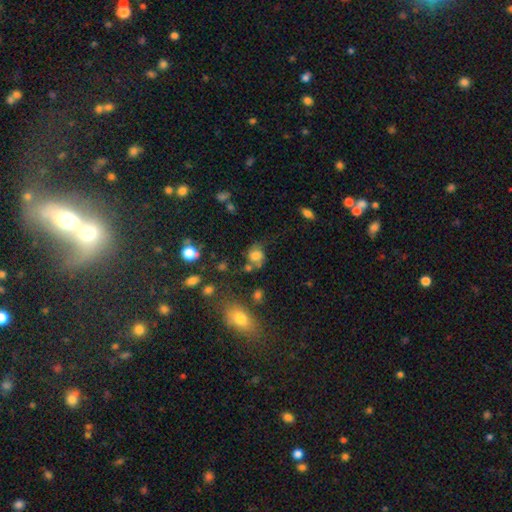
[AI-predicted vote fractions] Q: Smooth or featured?
A: smooth (65%); runner-up: featured or disk (21%)
Q: How rounded?
A: round (62%); runner-up: in between (36%)
Q: Merging?
A: none (49%); runner-up: minor disturbance (23%)